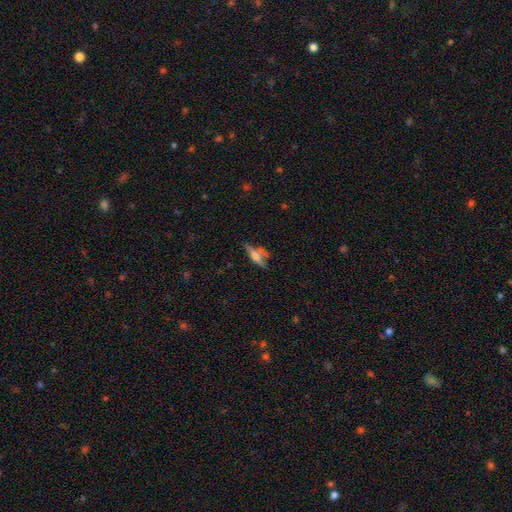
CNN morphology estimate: A smooth galaxy with no disk features (48%).

Vote fractions:
- Smooth or featured? smooth: 48% / featured or disk: 41% / star or artifact: 10%
- Merging? none: 45% / merger: 23% / minor disturbance: 20% / major disturbance: 12%